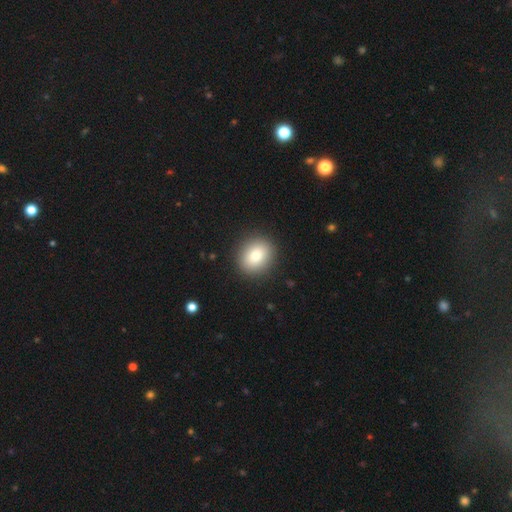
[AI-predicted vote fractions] Smooth or featured?
  - smooth: 83% *
  - star or artifact: 9%
  - featured or disk: 8%
How rounded?
  - round: 71% *
  - in between: 28%
  - cigar-shaped: 1%
Merging?
  - none: 91% *
  - minor disturbance: 6%
  - major disturbance: 2%
  - merger: 1%